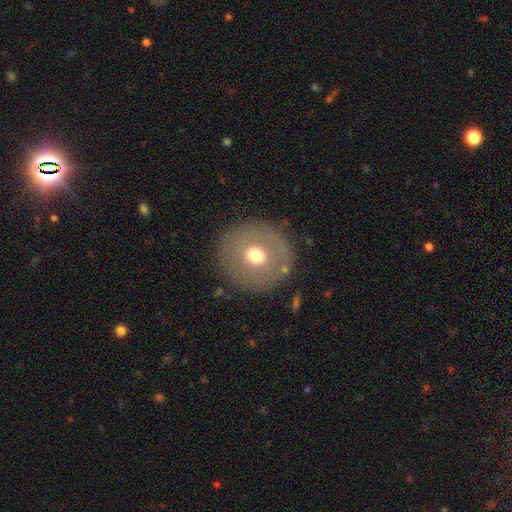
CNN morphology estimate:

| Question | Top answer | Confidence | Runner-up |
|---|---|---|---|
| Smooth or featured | smooth | 60% | featured or disk (30%) |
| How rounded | round | 89% | in between (10%) |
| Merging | none | 86% | minor disturbance (8%) |